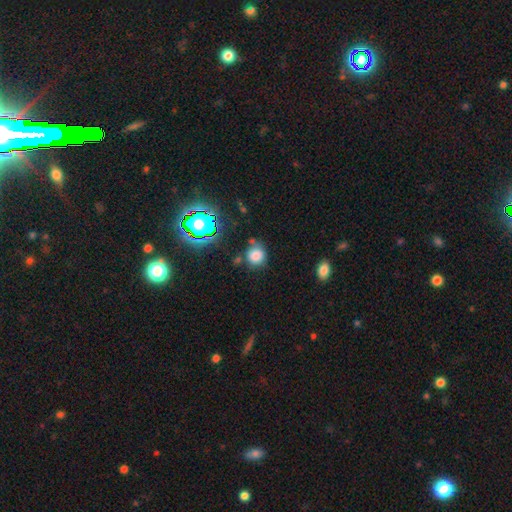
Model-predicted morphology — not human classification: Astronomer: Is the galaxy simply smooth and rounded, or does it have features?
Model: smooth — 77%.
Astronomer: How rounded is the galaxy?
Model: round — 85%.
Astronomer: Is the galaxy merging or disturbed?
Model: none — 68%.